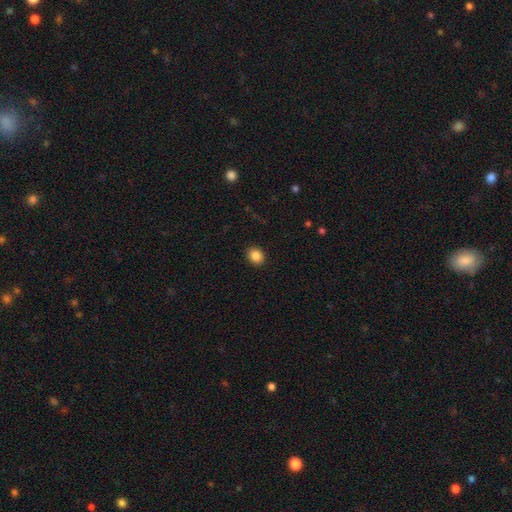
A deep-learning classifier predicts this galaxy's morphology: Smooth or featured?
  - smooth: 87% *
  - star or artifact: 9%
  - featured or disk: 4%
How rounded?
  - round: 59% *
  - in between: 40%
  - cigar-shaped: 1%
Merging?
  - none: 91% *
  - minor disturbance: 6%
  - major disturbance: 2%
  - merger: 1%